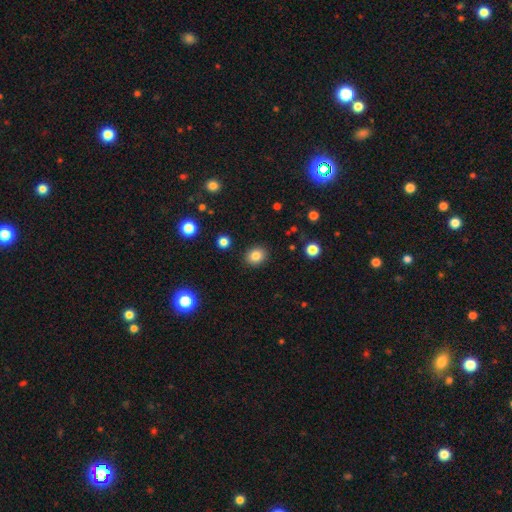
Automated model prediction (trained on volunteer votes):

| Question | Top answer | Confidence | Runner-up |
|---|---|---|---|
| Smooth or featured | smooth | 84% | star or artifact (10%) |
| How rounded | round | 64% | in between (35%) |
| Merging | none | 90% | minor disturbance (7%) |